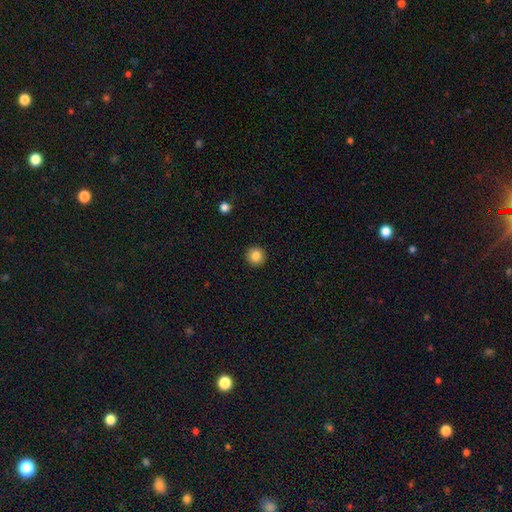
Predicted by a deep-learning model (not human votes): Q: Smooth or featured?
A: smooth (85%); runner-up: star or artifact (9%)
Q: How rounded?
A: round (95%); runner-up: in between (5%)
Q: Merging?
A: none (93%); runner-up: minor disturbance (5%)